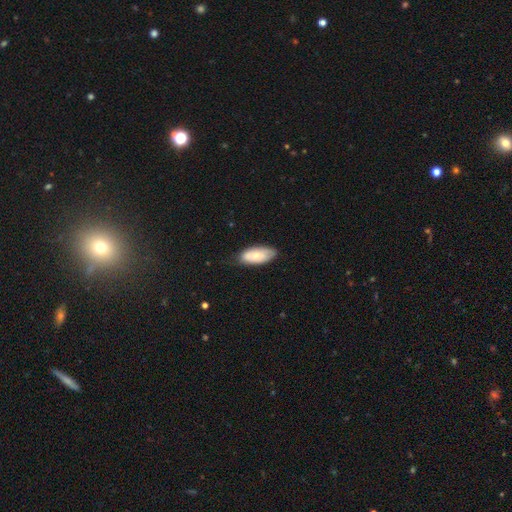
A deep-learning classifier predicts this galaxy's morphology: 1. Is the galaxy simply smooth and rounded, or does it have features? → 68% smooth, 26% featured or disk, 6% star or artifact.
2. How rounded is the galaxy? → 88% in between, 9% cigar-shaped, 2% round.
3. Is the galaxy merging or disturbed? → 72% none, 23% minor disturbance, 4% major disturbance, 1% merger.